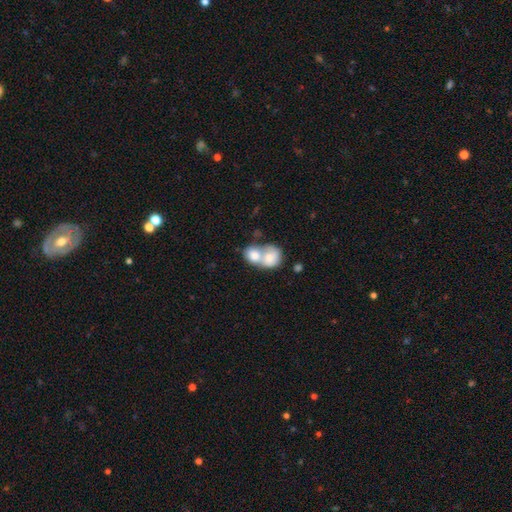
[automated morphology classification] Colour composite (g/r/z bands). It shows a smooth galaxy with no disk features (71%) that is round (57%). Merging: merger (78%).